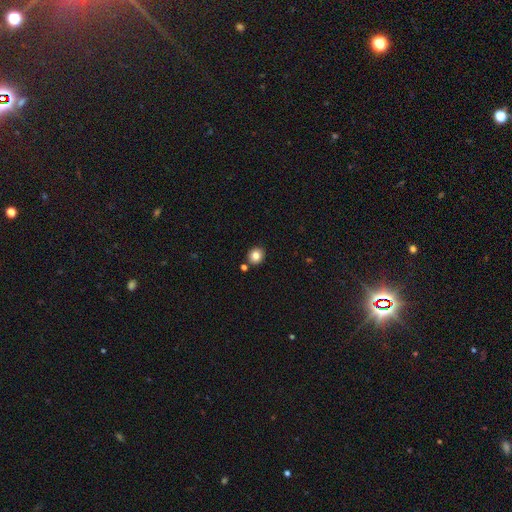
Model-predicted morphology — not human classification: Overall: smooth (83%). How rounded: round (83%). Merging: none (84%).